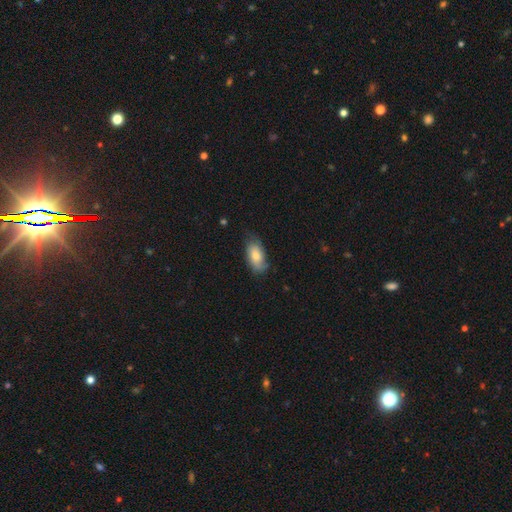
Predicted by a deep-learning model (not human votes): Overall: smooth (72%). How rounded: in between (91%). Merging: none (64%; minor disturbance 29%).